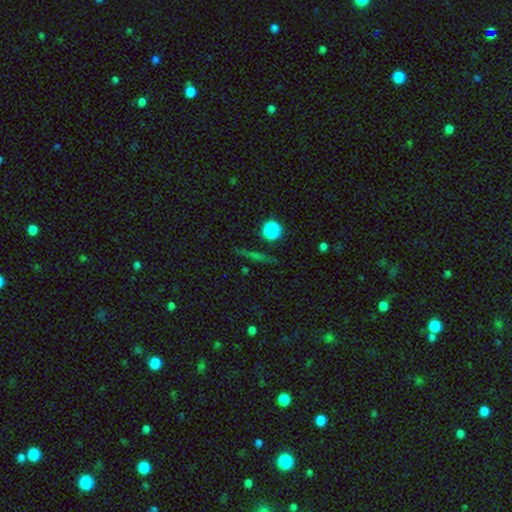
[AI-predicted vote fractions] smooth_or_featured: featured or disk (p=0.40) [alt: smooth p=0.31]
merging: none (p=0.89) [alt: minor disturbance p=0.06]